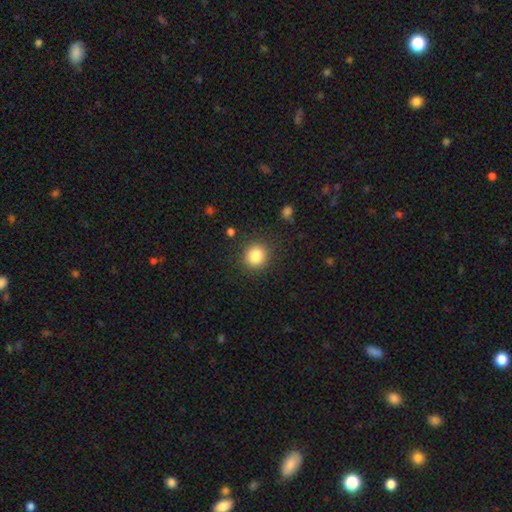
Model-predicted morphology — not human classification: smooth-or-featured: smooth: 84% | star or artifact: 10% | featured or disk: 5%
  how-rounded: round: 90% | in between: 9% | cigar-shaped: 1%
  merging: none: 88% | minor disturbance: 8% | major disturbance: 3% | merger: 2%